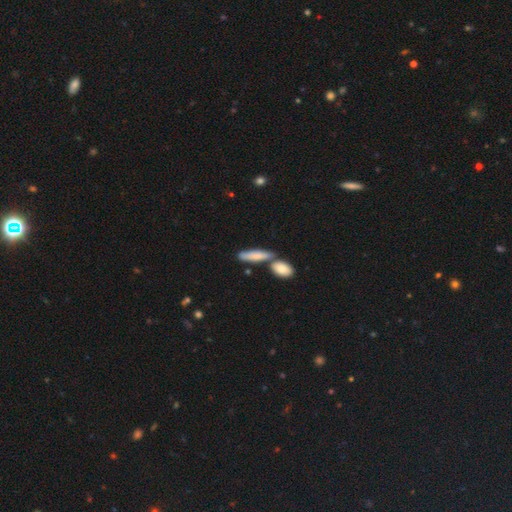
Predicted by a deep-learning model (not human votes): A smooth galaxy with no disk features (77%) that is cigar-shaped (58%).

Vote fractions:
- Smooth or featured? smooth: 77% / featured or disk: 17% / star or artifact: 6%
- How rounded? cigar-shaped: 58% / in between: 39% / round: 3%
- Merging? none: 54% / merger: 30% / minor disturbance: 13% / major disturbance: 4%